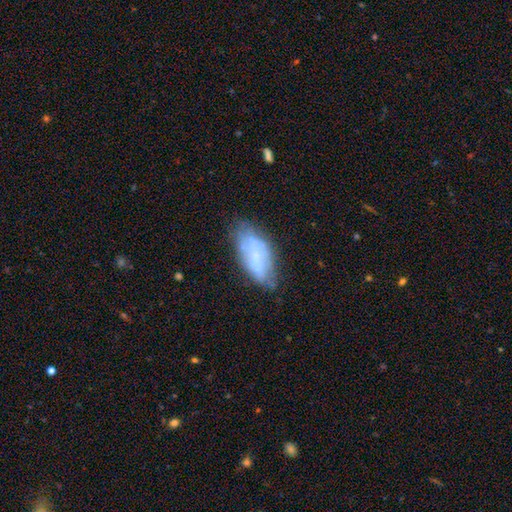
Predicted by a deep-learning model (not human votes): smooth-or-featured: smooth: 53% | featured or disk: 36% | star or artifact: 10%
  how-rounded: in between: 88% | cigar-shaped: 9% | round: 3%
  merging: none: 56% | minor disturbance: 28% | major disturbance: 12% | merger: 4%